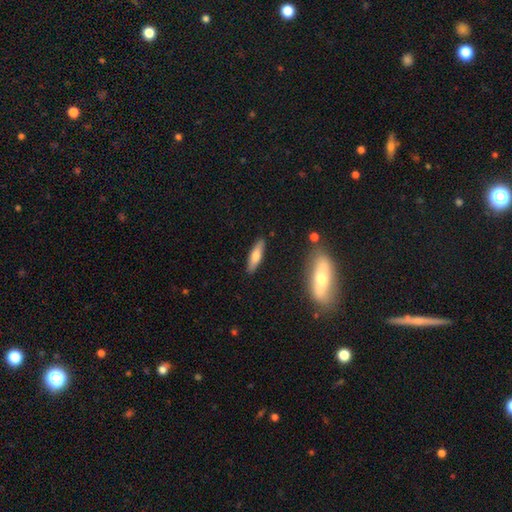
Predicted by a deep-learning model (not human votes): Overall: smooth (64%; featured or disk 30%). How rounded: cigar-shaped (65%; in between 33%). Merging: none (87%).